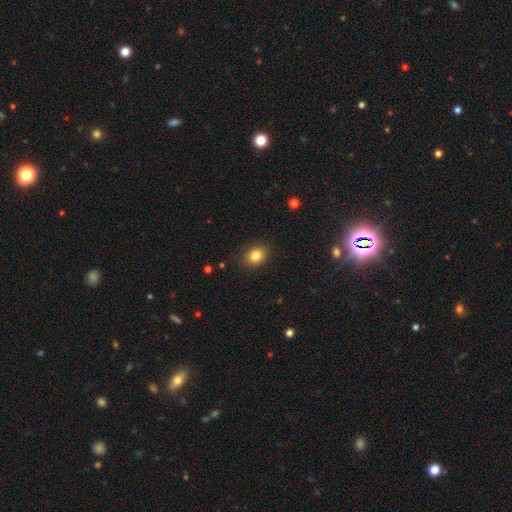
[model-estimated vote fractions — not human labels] The model was most divided on "how rounded": in between: 57%, round: 42%, cigar-shaped: 1%. More confident: merging — none (86%); smooth or featured — smooth (83%).